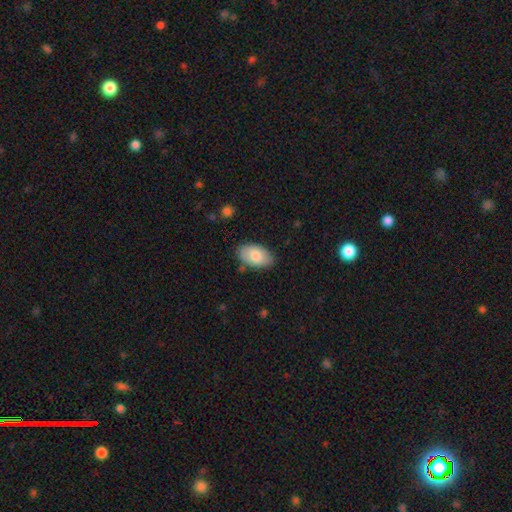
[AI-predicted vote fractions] Smooth or featured?
  - smooth: 80% *
  - featured or disk: 14%
  - star or artifact: 6%
How rounded?
  - in between: 94% *
  - round: 5%
  - cigar-shaped: 1%
Merging?
  - none: 79% *
  - minor disturbance: 16%
  - major disturbance: 3%
  - merger: 2%